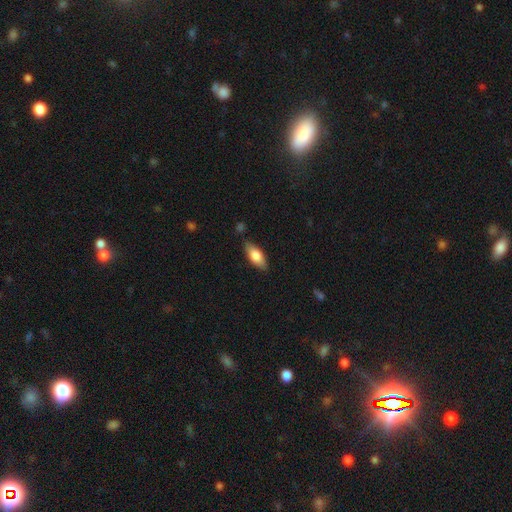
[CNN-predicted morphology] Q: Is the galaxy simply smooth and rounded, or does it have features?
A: smooth — 73%.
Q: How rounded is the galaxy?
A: in between — 79%.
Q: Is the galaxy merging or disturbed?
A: none — 83%.